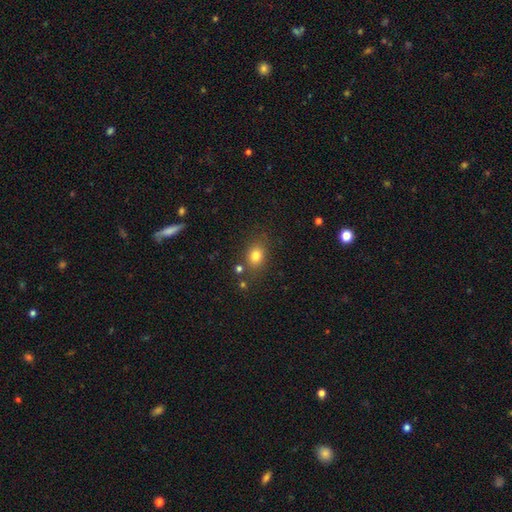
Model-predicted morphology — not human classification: This appears to be a smooth galaxy with no disk features (79%) that is in between round and cigar-shaped (55%). Merging: none (77%).